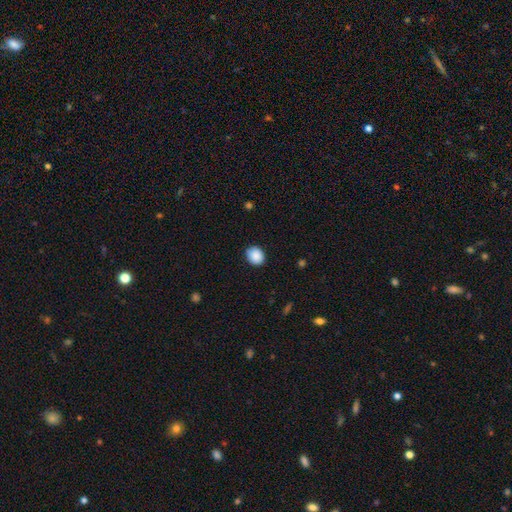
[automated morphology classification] A smooth galaxy with no disk features (89%) that is round (61%).

Vote fractions:
- Smooth or featured? smooth: 89% / star or artifact: 8% / featured or disk: 3%
- How rounded? round: 61% / in between: 38% / cigar-shaped: 1%
- Merging? none: 88% / minor disturbance: 9% / major disturbance: 2% / merger: 1%